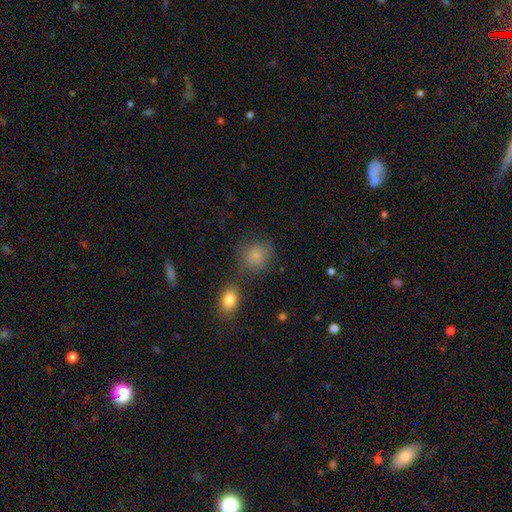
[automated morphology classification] smooth 81%, star or artifact 12%, featured or disk 7%. Down the decision tree: how rounded — round (76%); merging — none (68%).